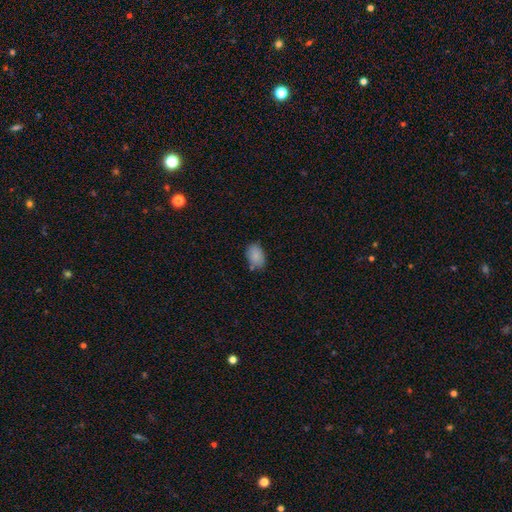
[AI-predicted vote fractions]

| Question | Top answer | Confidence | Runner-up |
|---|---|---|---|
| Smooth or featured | smooth | 87% | star or artifact (8%) |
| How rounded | in between | 87% | round (12%) |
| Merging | none | 72% | minor disturbance (19%) |